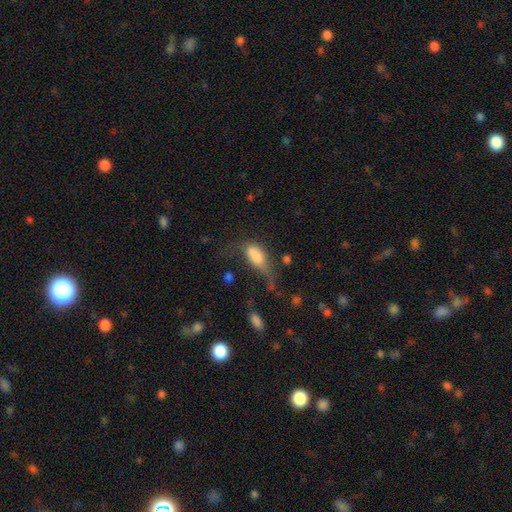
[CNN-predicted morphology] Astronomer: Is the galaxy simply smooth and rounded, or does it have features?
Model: smooth — 68%.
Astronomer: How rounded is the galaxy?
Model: in between — 83%.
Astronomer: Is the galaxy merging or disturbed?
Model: major disturbance — 47% (runner-up: minor disturbance, 24%).